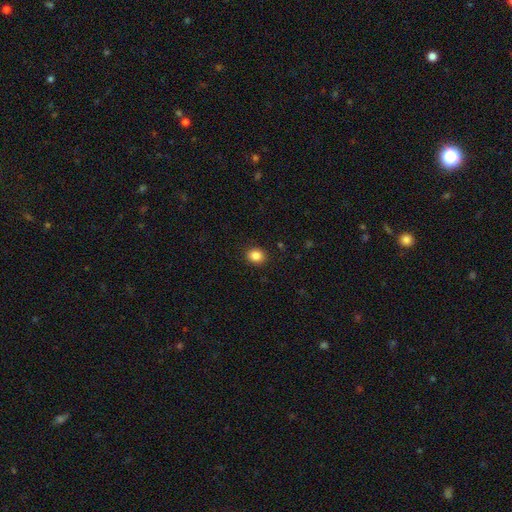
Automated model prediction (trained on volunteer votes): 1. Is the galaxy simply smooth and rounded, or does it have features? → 86% smooth, 10% star or artifact, 4% featured or disk.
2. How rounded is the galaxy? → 71% round, 29% in between, 1% cigar-shaped.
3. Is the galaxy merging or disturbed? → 91% none, 6% minor disturbance, 2% major disturbance, 1% merger.